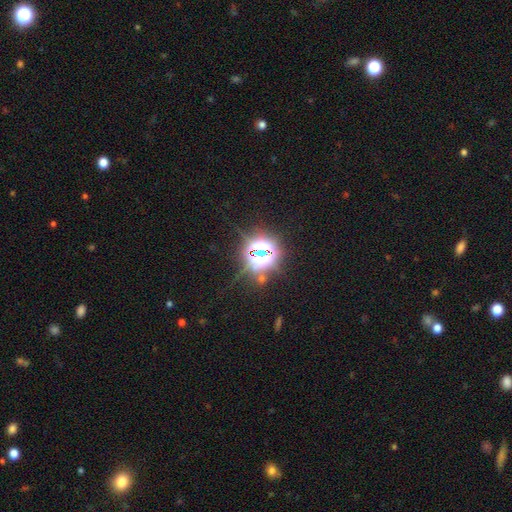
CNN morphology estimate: A star or artifact, not a galaxy (84%).